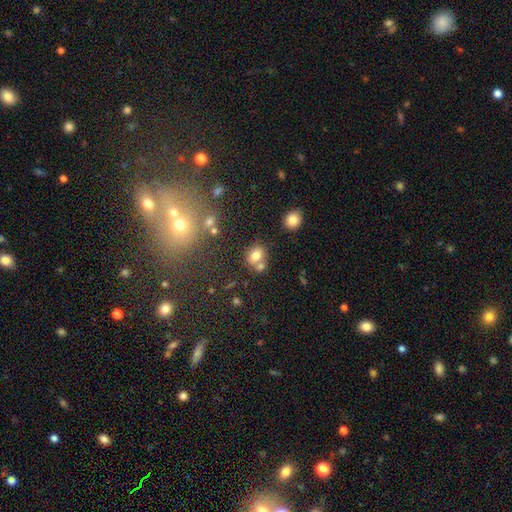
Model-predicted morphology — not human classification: The model was most divided on "how rounded": round: 56%, in between: 42%, cigar-shaped: 1%. More confident: smooth or featured — smooth (75%); merging — none (51%).